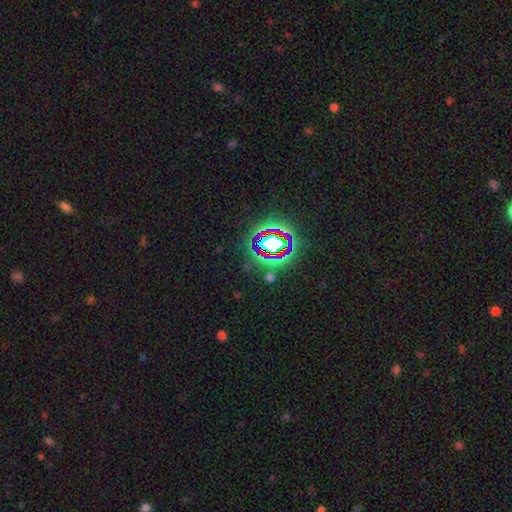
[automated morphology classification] Smooth or featured? Predicted: star or artifact (p=0.79).